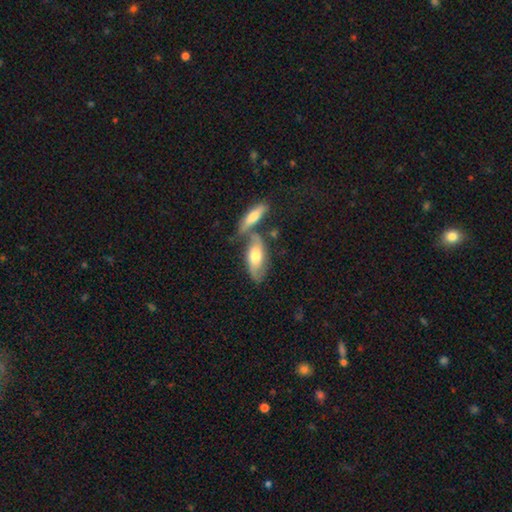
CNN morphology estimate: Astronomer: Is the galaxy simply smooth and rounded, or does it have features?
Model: smooth — 48% (runner-up: featured or disk, 47%).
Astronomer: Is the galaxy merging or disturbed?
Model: none — 43% (runner-up: merger, 38%).